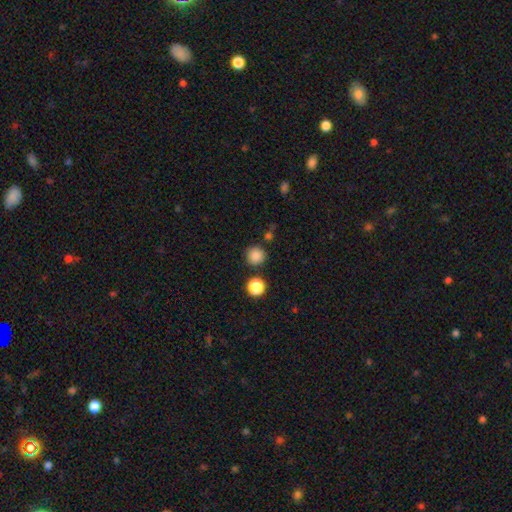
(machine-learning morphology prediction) Smooth or featured? smooth (84%)
How rounded? round (94%)
Merging? none (85%)